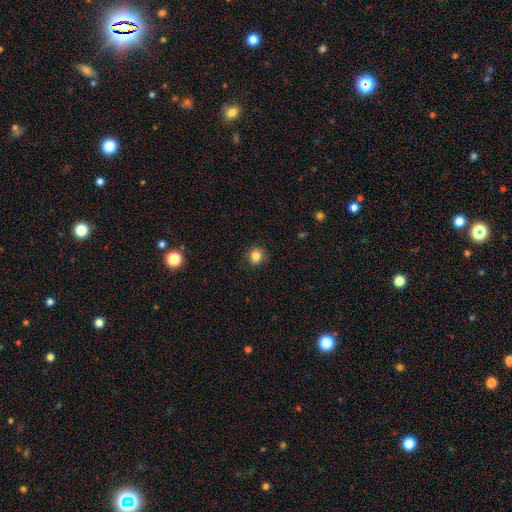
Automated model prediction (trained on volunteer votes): The model was most divided on "smooth or featured": smooth: 83%, star or artifact: 12%, featured or disk: 5%. More confident: merging — none (88%); how rounded — round (88%).